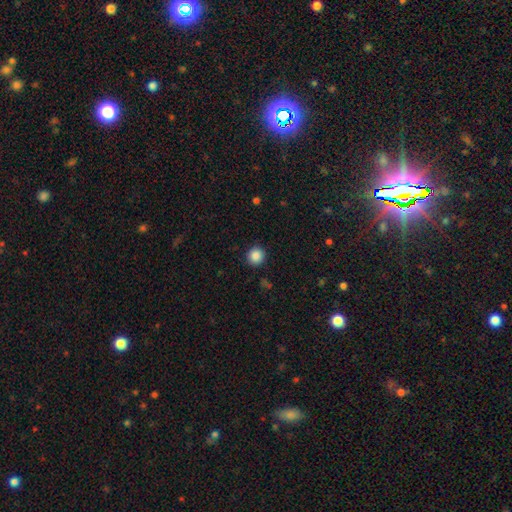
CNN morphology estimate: This appears to be a smooth galaxy with no disk features (87%) that is round (93%). Merging: none (91%).